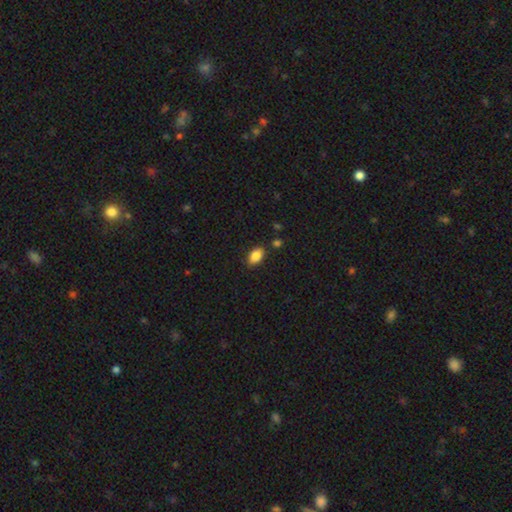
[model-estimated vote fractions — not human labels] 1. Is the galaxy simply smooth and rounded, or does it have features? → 86% smooth, 8% star or artifact, 6% featured or disk.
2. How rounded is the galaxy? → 90% in between, 8% round, 2% cigar-shaped.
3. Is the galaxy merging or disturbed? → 85% none, 10% minor disturbance, 3% merger, 2% major disturbance.